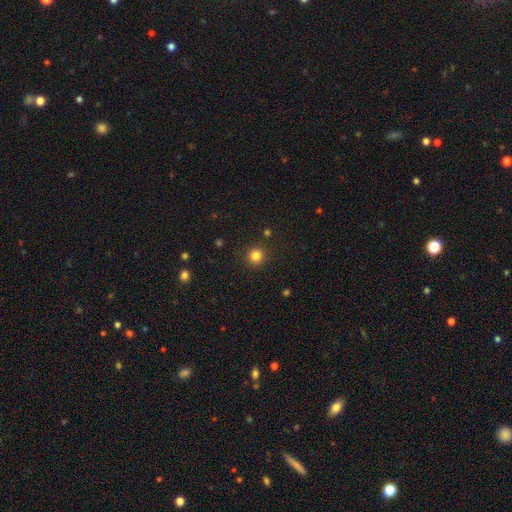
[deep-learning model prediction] The model was most divided on "smooth or featured": smooth: 83%, star or artifact: 13%, featured or disk: 5%. More confident: how rounded — round (94%); merging — none (90%).